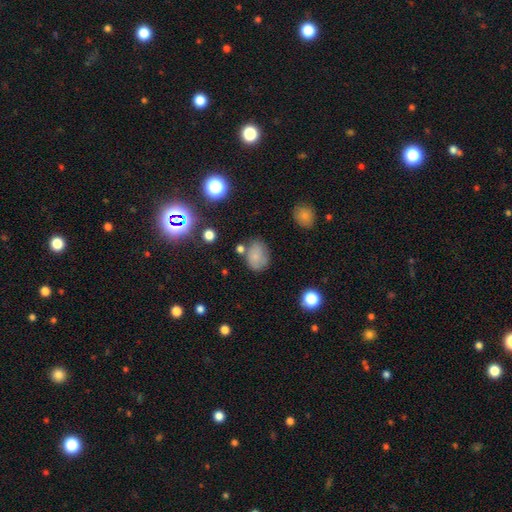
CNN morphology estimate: smooth-or-featured: smooth: 73% | featured or disk: 14% | star or artifact: 13%
  how-rounded: in between: 63% | round: 36% | cigar-shaped: 1%
  merging: none: 63% | minor disturbance: 22% | merger: 8% | major disturbance: 7%